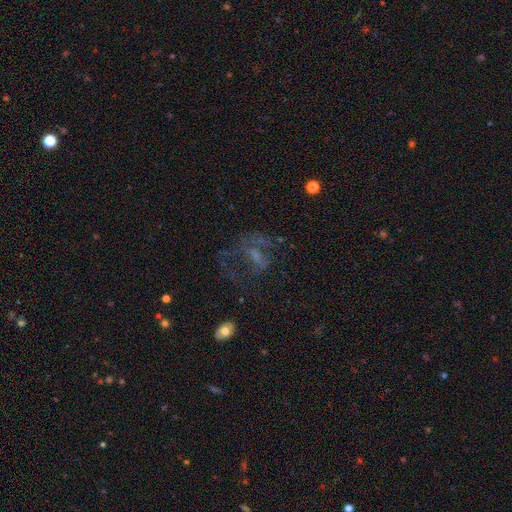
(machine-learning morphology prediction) smooth-or-featured: featured or disk: 49% | smooth: 28% | star or artifact: 23%
  merging: major disturbance: 42% | none: 38% | minor disturbance: 16% | merger: 4%